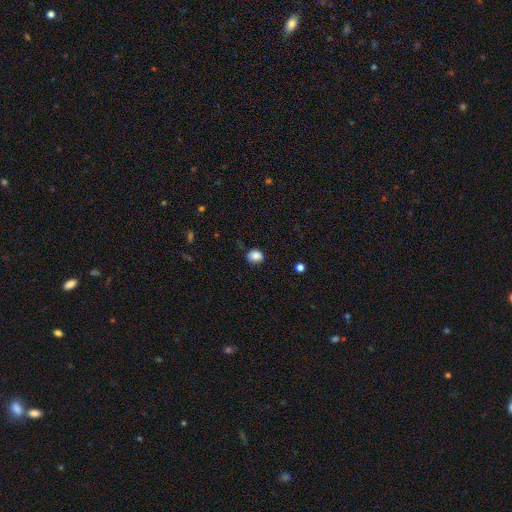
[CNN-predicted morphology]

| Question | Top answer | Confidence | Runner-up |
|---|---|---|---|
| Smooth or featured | smooth | 87% | star or artifact (9%) |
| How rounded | round | 50% | in between (49%) |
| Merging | none | 80% | minor disturbance (15%) |